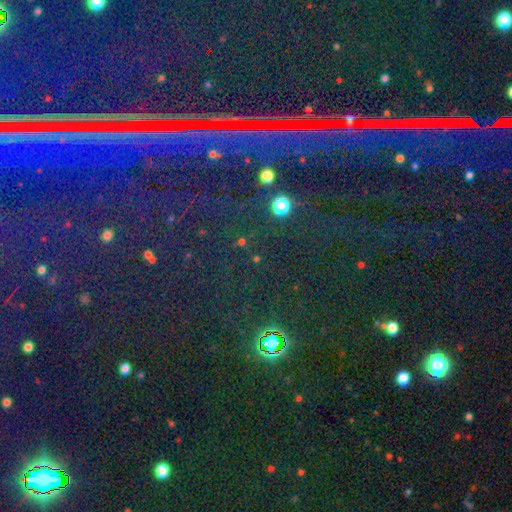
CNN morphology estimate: A star or artifact, not a galaxy (84%).